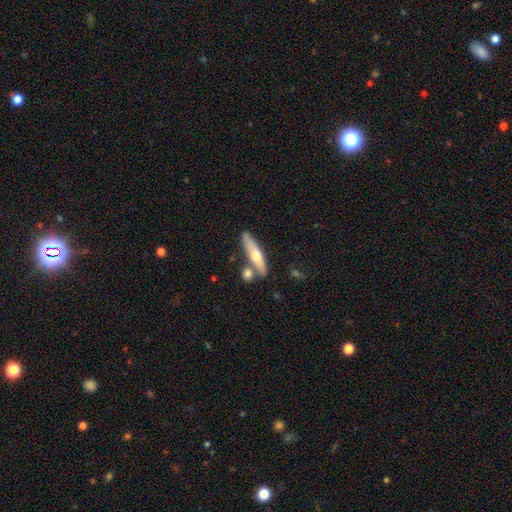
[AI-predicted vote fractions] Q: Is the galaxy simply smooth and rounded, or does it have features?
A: smooth — 50%.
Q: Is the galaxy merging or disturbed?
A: none — 68%.